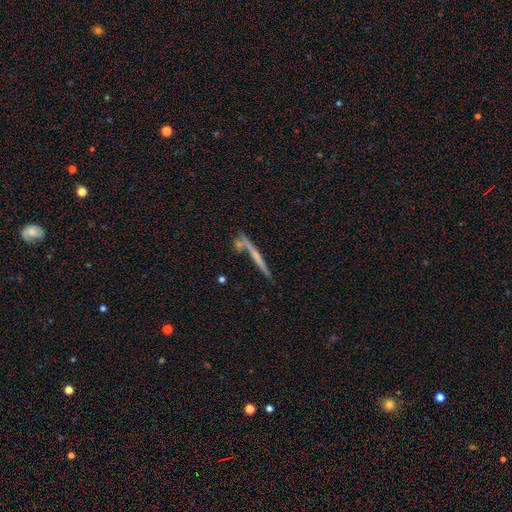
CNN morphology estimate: featured or disk 52%, smooth 40%, star or artifact 8%. Down the decision tree: edge-on disk — yes (95%); merging — none (71%).